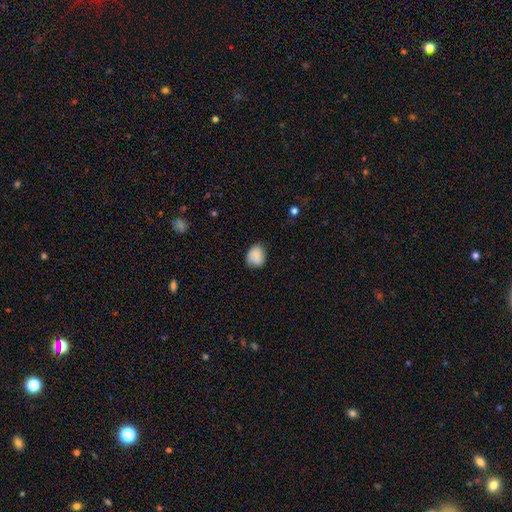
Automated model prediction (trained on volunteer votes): Morphology: type=smooth (83%); roundness=round (60%); merging=none (73%).